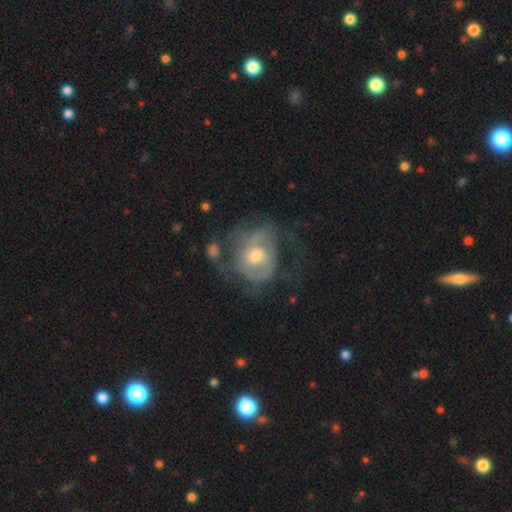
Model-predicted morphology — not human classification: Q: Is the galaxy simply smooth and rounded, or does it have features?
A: featured or disk — 78%.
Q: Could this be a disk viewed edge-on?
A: no — 97%.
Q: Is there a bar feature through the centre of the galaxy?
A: no — 59%.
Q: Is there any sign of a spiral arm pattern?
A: yes — 79%.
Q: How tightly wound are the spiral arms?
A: tight — 47%.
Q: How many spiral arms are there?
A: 2 — 41%.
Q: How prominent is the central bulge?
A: moderate — 68%.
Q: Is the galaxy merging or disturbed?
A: none — 44%.